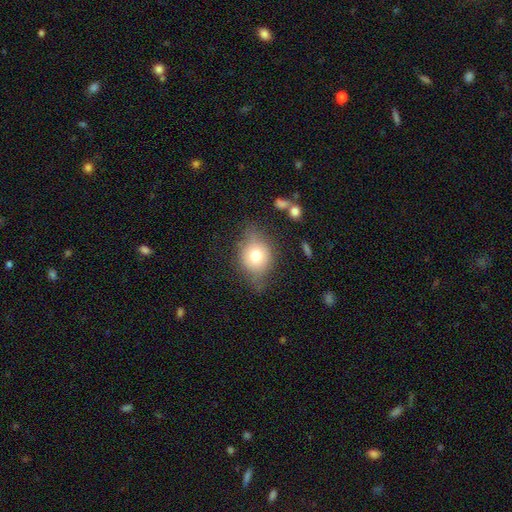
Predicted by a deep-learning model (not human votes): Morphology: type=smooth (69%); roundness=round (52%); merging=none (54%).